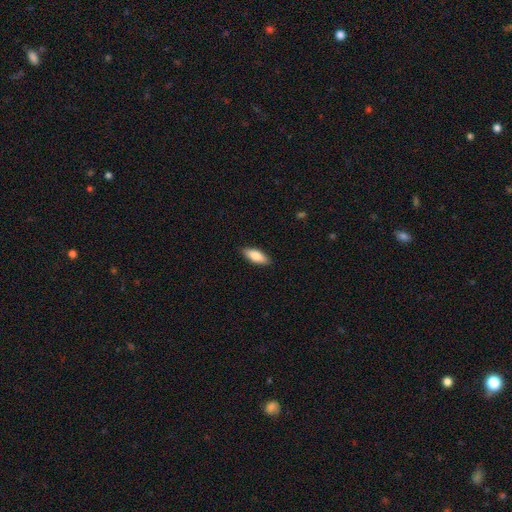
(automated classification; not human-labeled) Smooth or featured? smooth (80%)
How rounded? in between (75%)
Merging? none (89%)